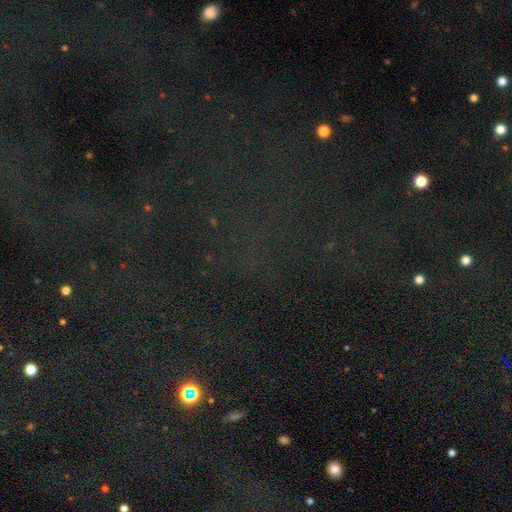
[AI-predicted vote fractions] Smooth or featured? Predicted: star or artifact (p=0.76).